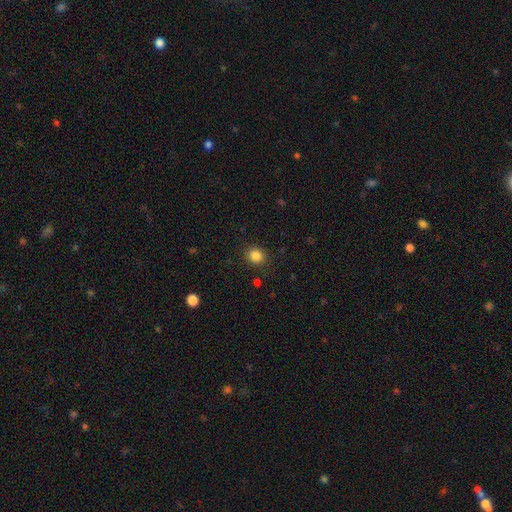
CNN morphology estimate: Smooth or featured?
  - smooth: 85% *
  - star or artifact: 11%
  - featured or disk: 4%
How rounded?
  - round: 74% *
  - in between: 25%
  - cigar-shaped: 1%
Merging?
  - none: 88% *
  - minor disturbance: 8%
  - major disturbance: 3%
  - merger: 1%